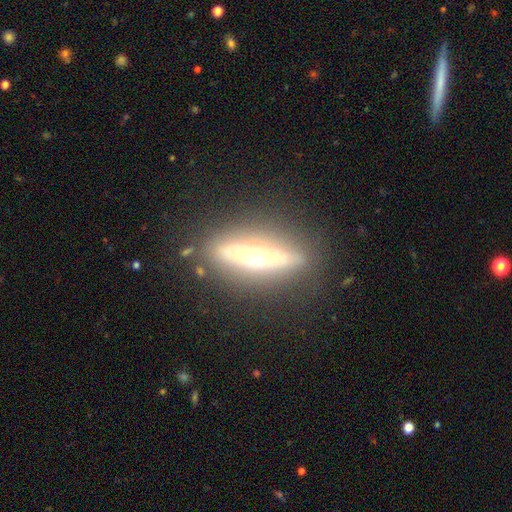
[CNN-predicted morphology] Overall: featured or disk (65%; smooth 28%). Edge-on disk: yes (78%). Edge-on bulge: rounded (89%). Merging: none (79%).